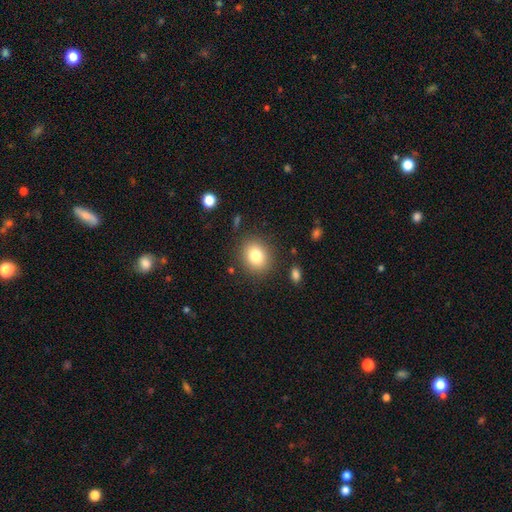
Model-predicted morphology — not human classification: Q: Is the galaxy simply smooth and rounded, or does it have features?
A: smooth — 81%.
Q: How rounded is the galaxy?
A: round — 61%.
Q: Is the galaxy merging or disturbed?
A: none — 86%.